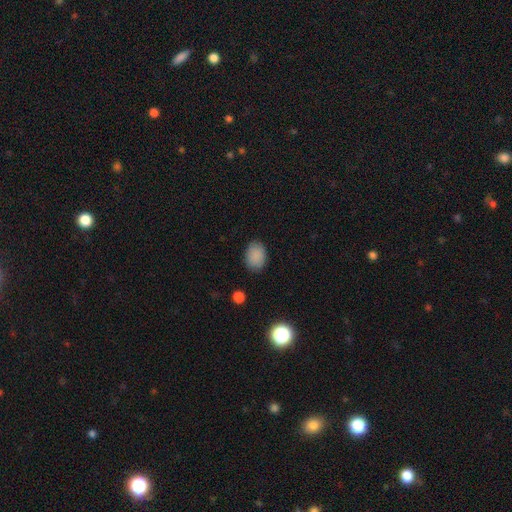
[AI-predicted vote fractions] Smooth or featured?
  - smooth: 88% *
  - star or artifact: 9%
  - featured or disk: 4%
How rounded?
  - in between: 72% *
  - round: 27%
  - cigar-shaped: 1%
Merging?
  - none: 85% *
  - minor disturbance: 11%
  - major disturbance: 3%
  - merger: 1%